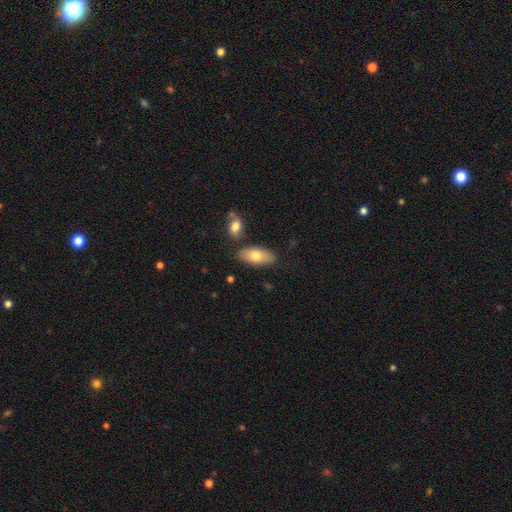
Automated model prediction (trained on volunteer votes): Smooth or featured?
  - smooth: 74% *
  - featured or disk: 20%
  - star or artifact: 6%
How rounded?
  - in between: 88% *
  - cigar-shaped: 9%
  - round: 3%
Merging?
  - none: 80% *
  - minor disturbance: 11%
  - merger: 7%
  - major disturbance: 2%